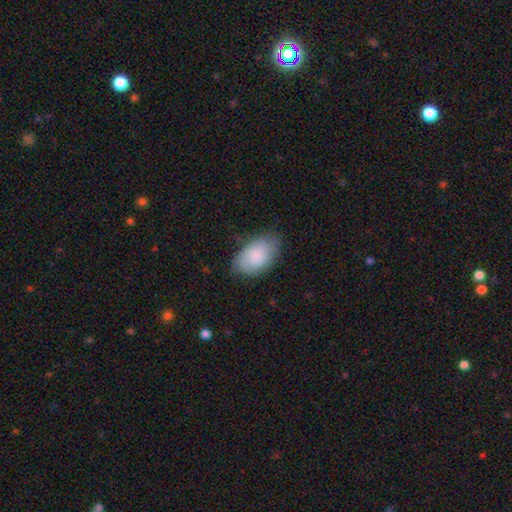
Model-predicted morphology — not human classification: type=smooth (82%); roundness=in between (93%); merging=none (70%).